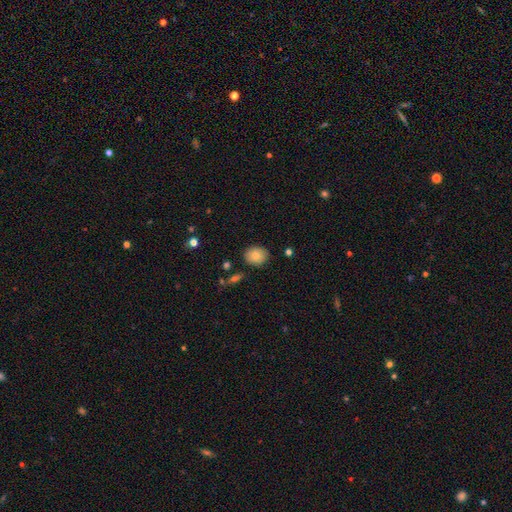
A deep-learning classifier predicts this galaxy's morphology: Q: Smooth or featured?
A: smooth (80%); runner-up: featured or disk (11%)
Q: How rounded?
A: round (55%); runner-up: in between (44%)
Q: Merging?
A: none (85%); runner-up: minor disturbance (11%)